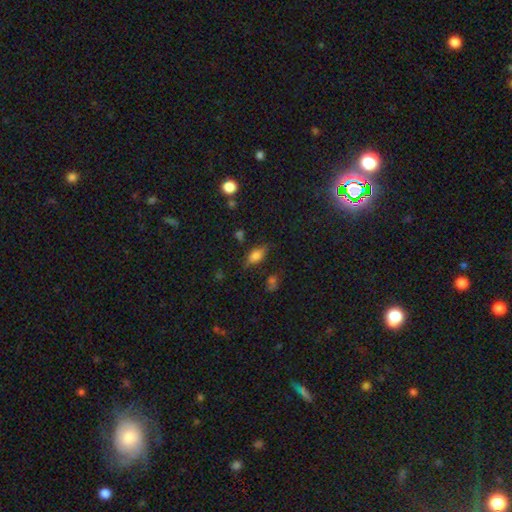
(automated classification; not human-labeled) Smooth or featured?
  - smooth: 76% *
  - featured or disk: 14%
  - star or artifact: 10%
How rounded?
  - in between: 86% *
  - cigar-shaped: 9%
  - round: 5%
Merging?
  - none: 72% *
  - minor disturbance: 19%
  - major disturbance: 5%
  - merger: 3%